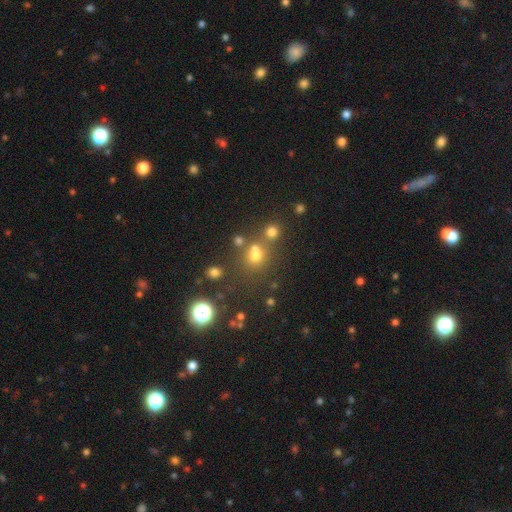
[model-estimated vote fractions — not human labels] Smooth or featured?
  - smooth: 58% *
  - star or artifact: 31%
  - featured or disk: 11%
How rounded?
  - round: 81% *
  - in between: 18%
  - cigar-shaped: 1%
Merging?
  - none: 56% *
  - merger: 30%
  - minor disturbance: 9%
  - major disturbance: 5%